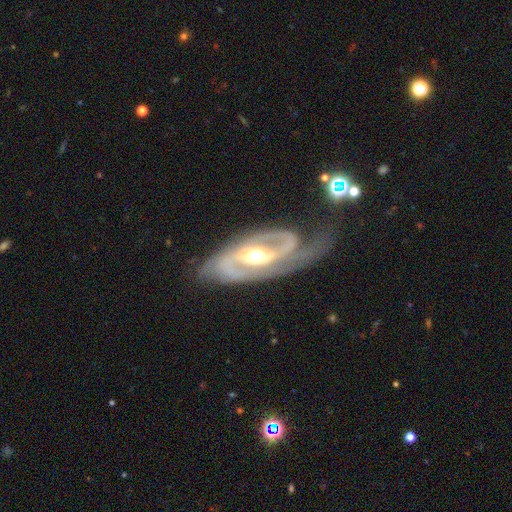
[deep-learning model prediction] This appears to be a featured or disk galaxy (89%) with a strong bar (38%), 2 (78%) medium (44%) spiral arms (94%) and a moderate central bulge (75%). Merging: none (54%).